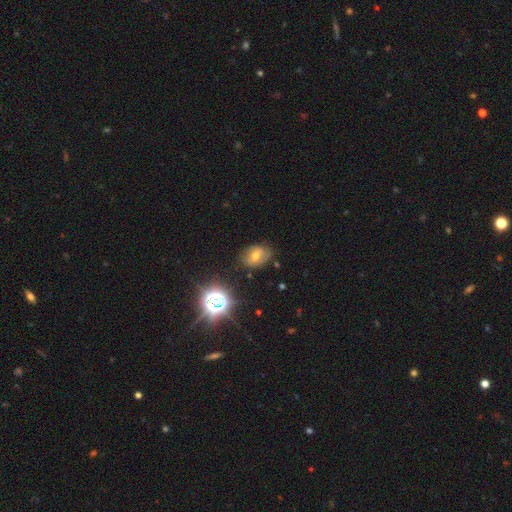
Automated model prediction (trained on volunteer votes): Smooth or featured? Predicted: smooth (p=0.51). How rounded? Predicted: in between (p=0.70). Merging? Predicted: none (p=0.75).